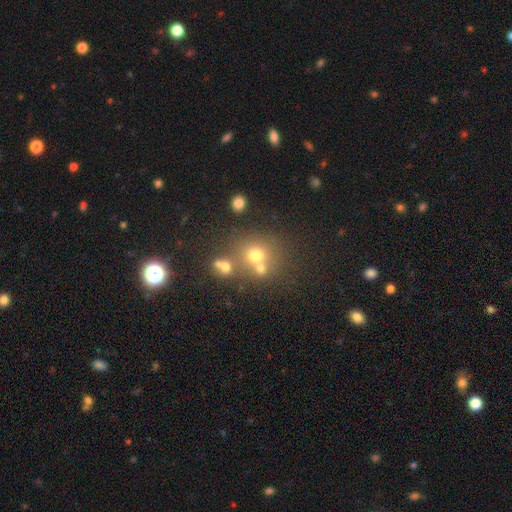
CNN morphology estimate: A smooth galaxy with no disk features (63%) that is round (81%). Merging: none (50%).